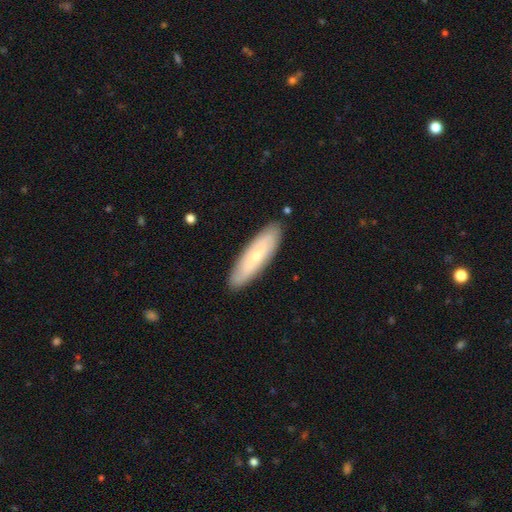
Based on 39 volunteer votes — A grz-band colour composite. It shows a smooth galaxy with no disk features (56%) that is cigar-shaped (77%). Merging: none (97%).